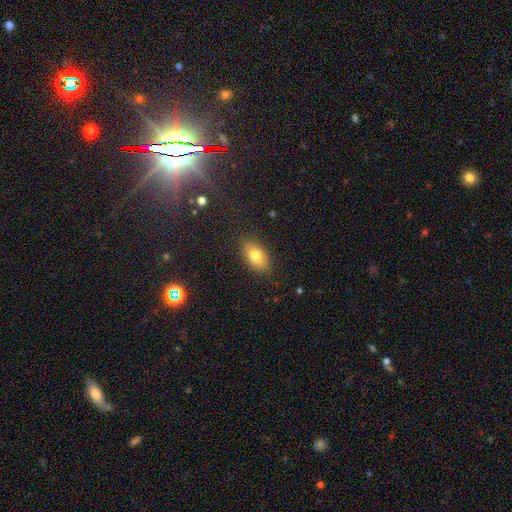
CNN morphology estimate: smooth_or_featured: smooth (p=0.79) [alt: featured or disk p=0.13]
how_rounded: in between (p=0.89) [alt: round p=0.08]
merging: none (p=0.86) [alt: minor disturbance p=0.10]